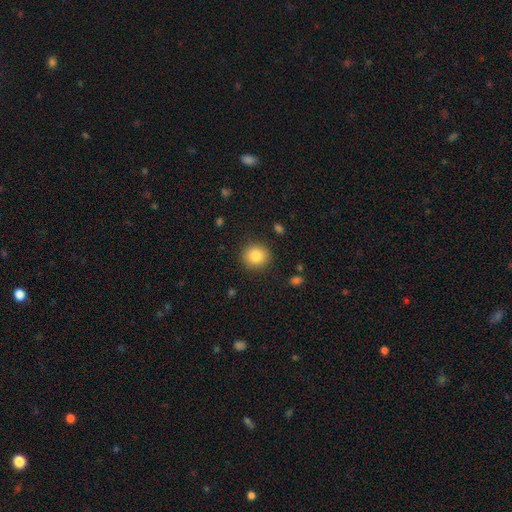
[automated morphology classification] Smooth or featured? smooth (84%)
How rounded? round (89%)
Merging? none (89%)